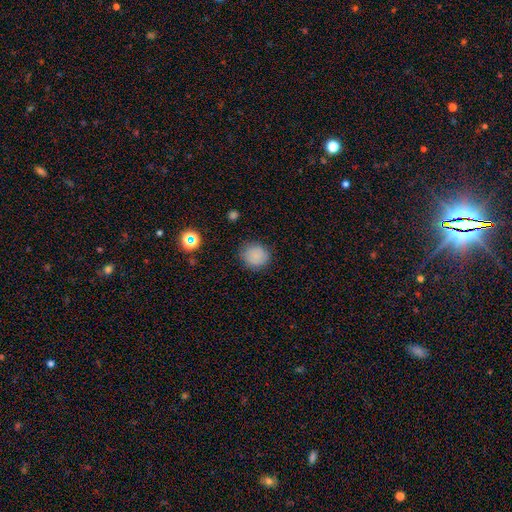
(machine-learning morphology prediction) A smooth galaxy with no disk features (84%) that is round (84%). Merging: none (84%).